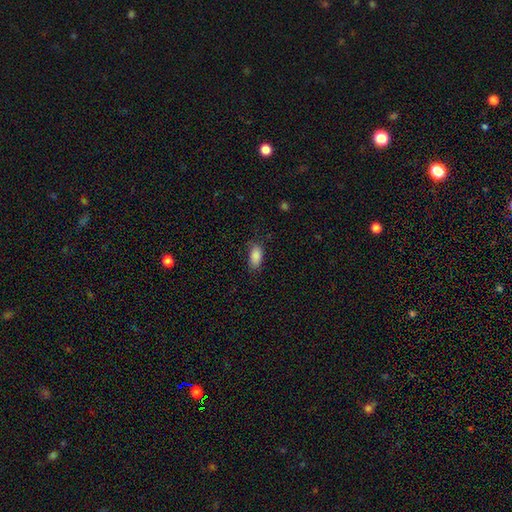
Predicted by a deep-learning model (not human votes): Morphology: type=smooth (88%); roundness=in between (91%); merging=none (73%).